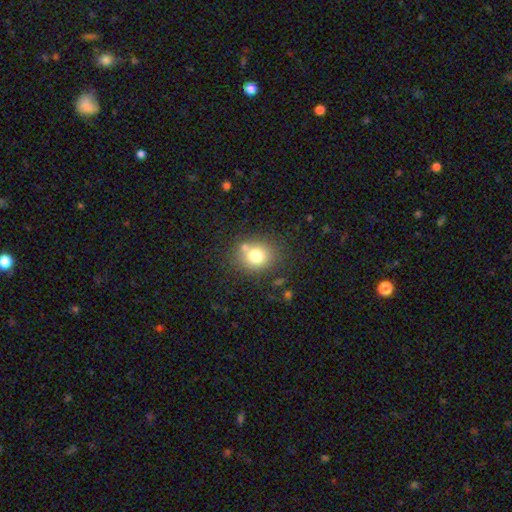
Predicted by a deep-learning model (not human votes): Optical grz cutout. It shows a smooth galaxy with no disk features (74%) that is round (73%). Merging: none (71%).